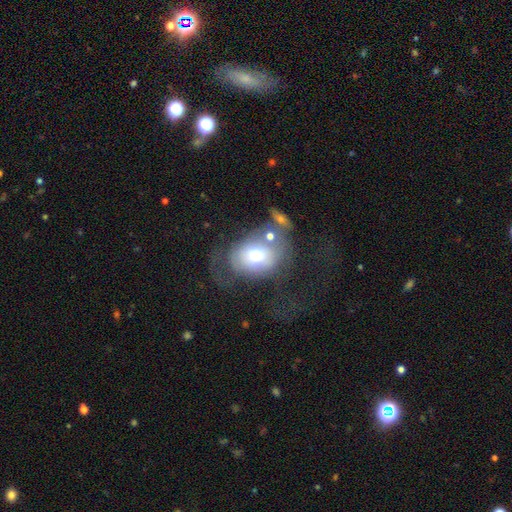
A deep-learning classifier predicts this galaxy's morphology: smooth 57%, featured or disk 32%, star or artifact 10%. Down the decision tree: how rounded — in between (51%); merging — major disturbance (34%).